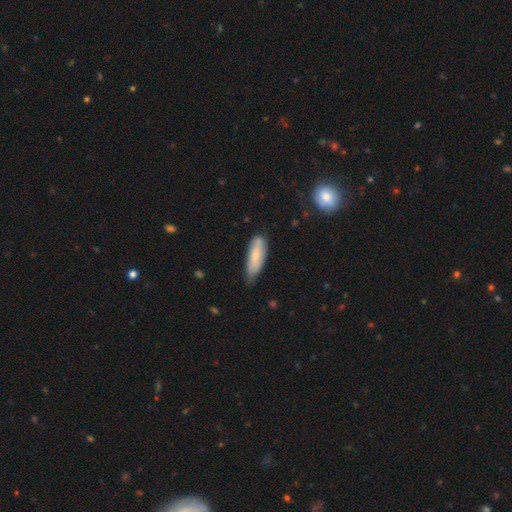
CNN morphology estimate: Overall: smooth (67%). How rounded: in between (57%; cigar-shaped 41%). Merging: none (59%; minor disturbance 33%).